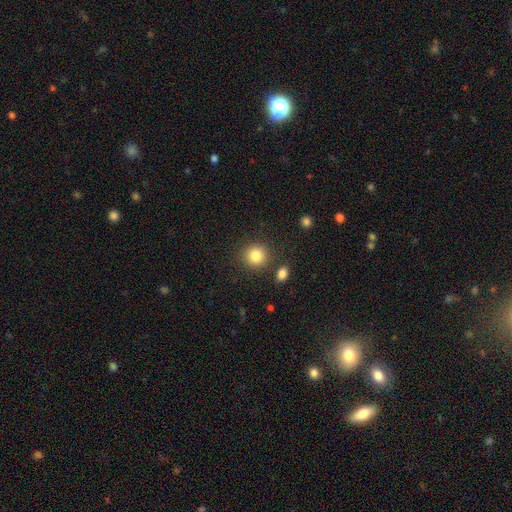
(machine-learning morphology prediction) This is clearly a smooth galaxy (85%). How rounded: clearly round (90%). Merging: clearly none (85%).